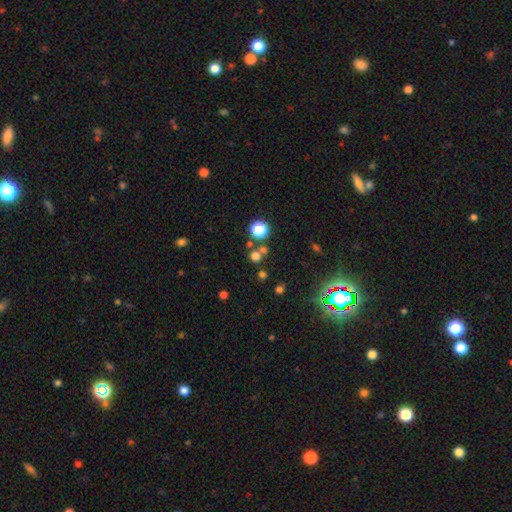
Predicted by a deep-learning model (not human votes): The model was most divided on "smooth or featured": smooth: 61%, star or artifact: 31%, featured or disk: 7%. More confident: how rounded — round (90%); merging — none (71%).